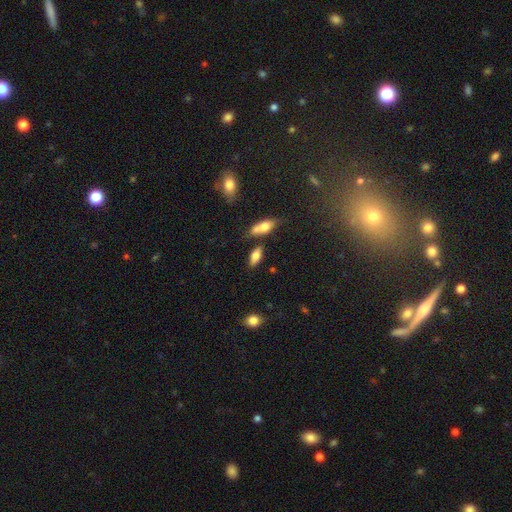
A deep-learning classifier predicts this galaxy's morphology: Q: Smooth or featured?
A: smooth (69%); runner-up: featured or disk (23%)
Q: How rounded?
A: in between (76%); runner-up: cigar-shaped (20%)
Q: Merging?
A: none (67%); runner-up: merger (16%)